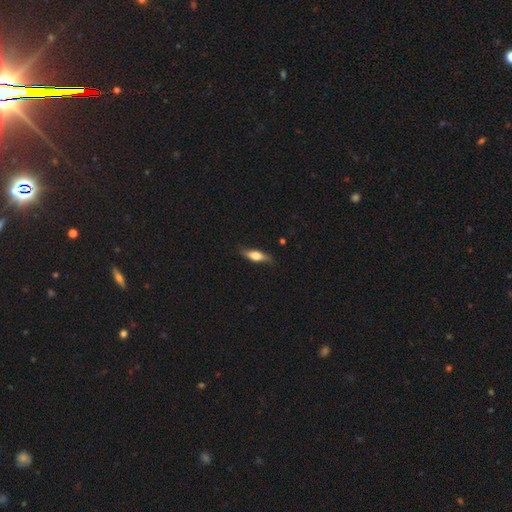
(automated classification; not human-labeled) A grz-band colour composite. It shows a smooth galaxy with no disk features (61%) that is in between round and cigar-shaped (51%). Merging: none (76%).